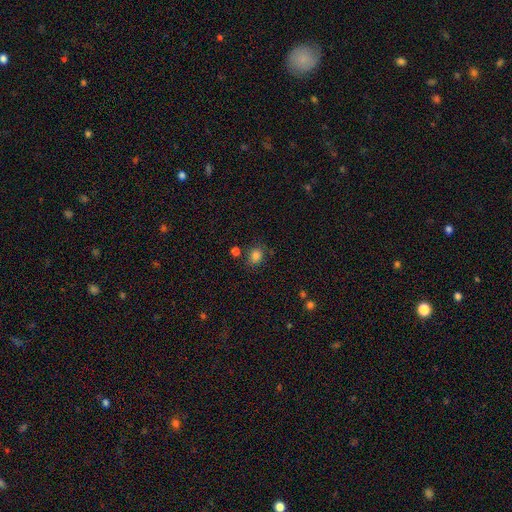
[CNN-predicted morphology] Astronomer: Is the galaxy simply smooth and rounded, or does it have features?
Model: smooth — 81%.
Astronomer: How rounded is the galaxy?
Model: round — 73%.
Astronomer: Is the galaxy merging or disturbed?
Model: none — 78%.